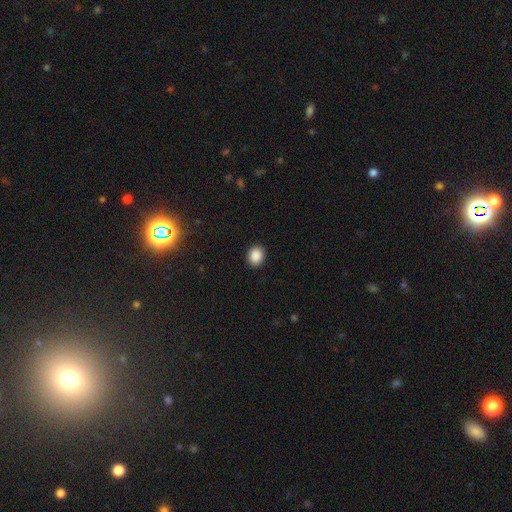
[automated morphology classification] A smooth galaxy with no disk features (89%) that is round (59%).

Vote fractions:
- Smooth or featured? smooth: 89% / star or artifact: 8% / featured or disk: 3%
- How rounded? round: 59% / in between: 40% / cigar-shaped: 1%
- Merging? none: 91% / minor disturbance: 6% / major disturbance: 2% / merger: 1%